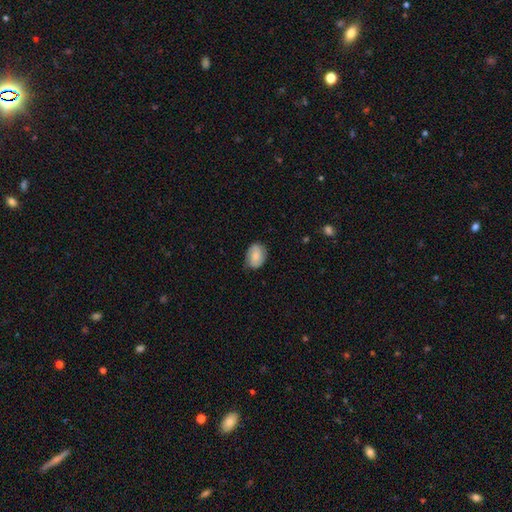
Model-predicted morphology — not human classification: This is likely a smooth galaxy (62%). How rounded: likely in between (77%). Merging: likely none (77%).